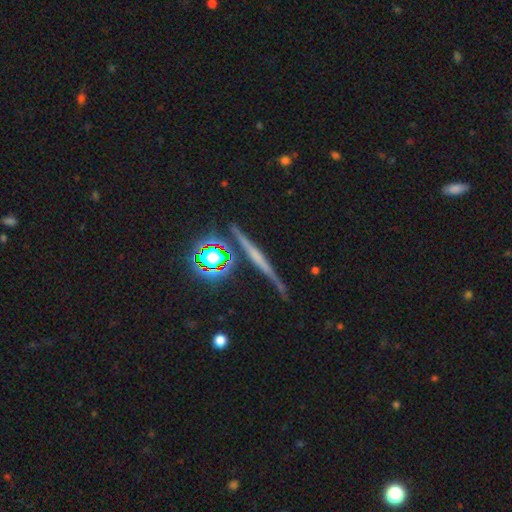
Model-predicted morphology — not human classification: A featured or disk galaxy (55%) viewed edge-on (95%) with no central bulge (62%).

Vote fractions:
- Smooth or featured? featured or disk: 55% / smooth: 24% / star or artifact: 20%
- Edge-on disk? yes: 95% / no: 5%
- Edge-on bulge? none: 62% / rounded: 24% / boxy: 14%
- Merging? none: 84% / minor disturbance: 10% / merger: 4% / major disturbance: 3%